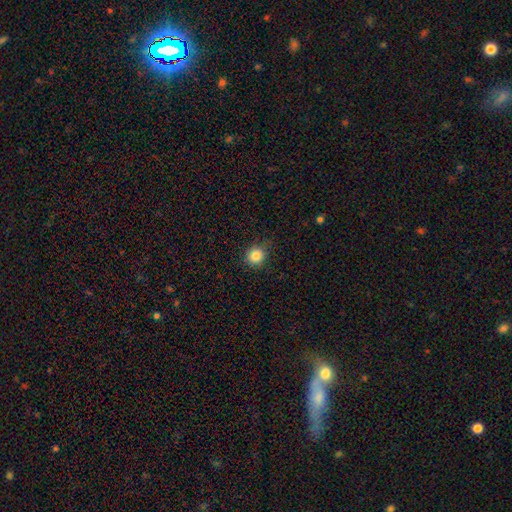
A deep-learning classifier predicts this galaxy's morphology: A smooth galaxy with no disk features (84%) that is round (90%).

Vote fractions:
- Smooth or featured? smooth: 84% / star or artifact: 11% / featured or disk: 5%
- How rounded? round: 90% / in between: 9% / cigar-shaped: 1%
- Merging? none: 81% / minor disturbance: 14% / major disturbance: 3% / merger: 1%